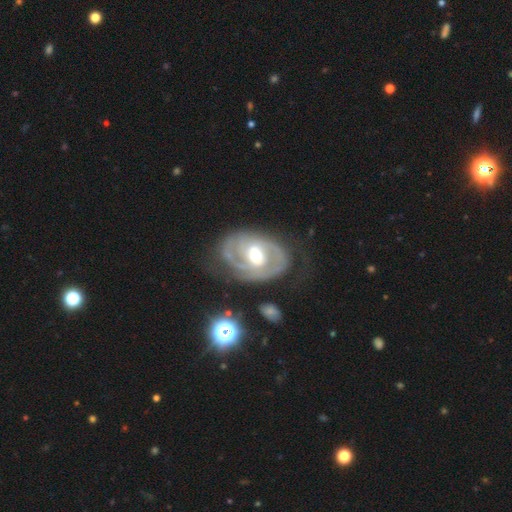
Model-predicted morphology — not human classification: smooth-or-featured: featured or disk: 84% | smooth: 11% | star or artifact: 5%
  disk-edge-on: no: 96% | yes: 4%
    bar: no: 45% | weak: 40% | strong: 15%
    has-spiral-arms: yes: 87% | no: 13%
      spiral-winding: tight: 52% | medium: 34% | loose: 14%
      spiral-arm-count: 2: 56% | can't tell: 21% | 3: 9% | 1: 9% | 4: 3% | more than 4: 3%
    bulge-size: moderate: 72% | small: 19% | large: 7% | dominant: 1% | none: 1%
  merging: none: 62% | minor disturbance: 20% | major disturbance: 15% | merger: 3%